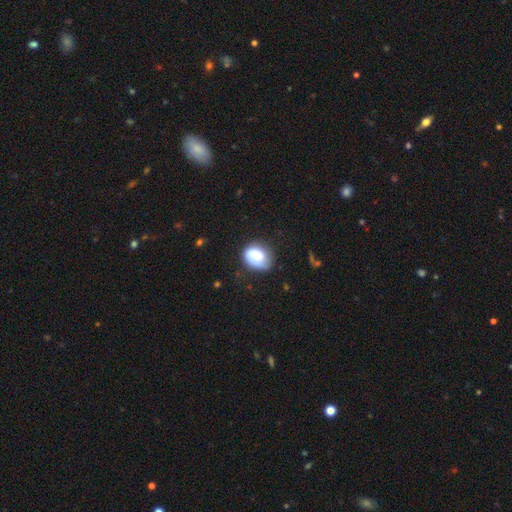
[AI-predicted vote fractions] This is likely a smooth galaxy (74%). How rounded: likely in between (62%). Merging: possibly none (59%).